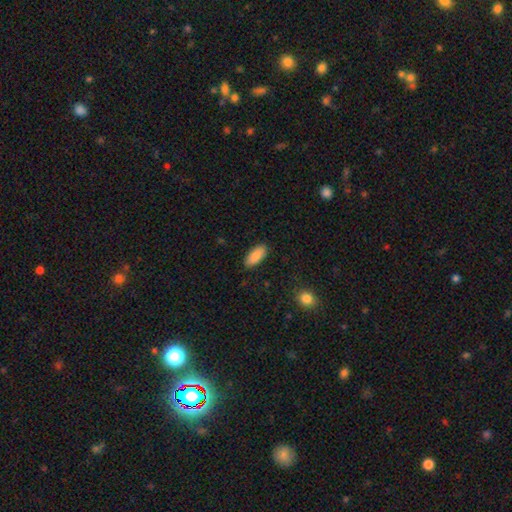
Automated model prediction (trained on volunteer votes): A smooth galaxy with no disk features (88%) that is in between round and cigar-shaped (88%). Merging: none (88%).